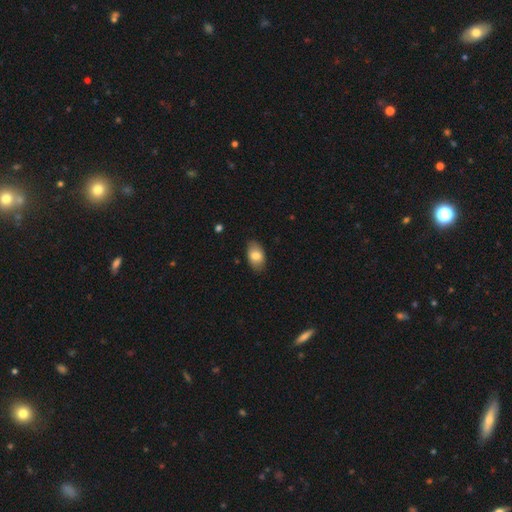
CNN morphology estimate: Smooth or featured? Predicted: smooth (p=0.81). How rounded? Predicted: in between (p=0.92). Merging? Predicted: none (p=0.83).